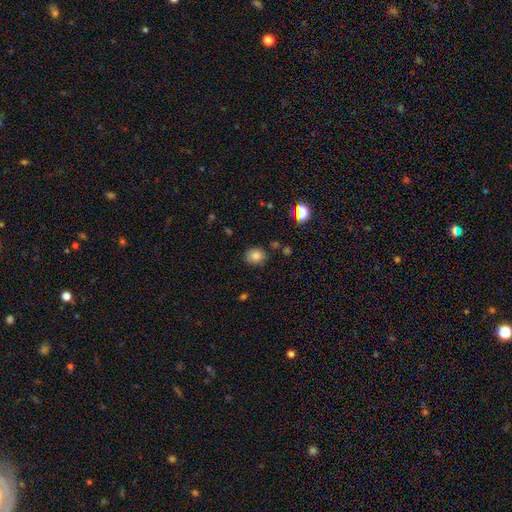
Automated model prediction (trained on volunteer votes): Smooth or featured: smooth — 81% (star or artifact — 12%)
How rounded: round — 56% (in between — 43%)
Merging: none — 81% (minor disturbance — 13%)